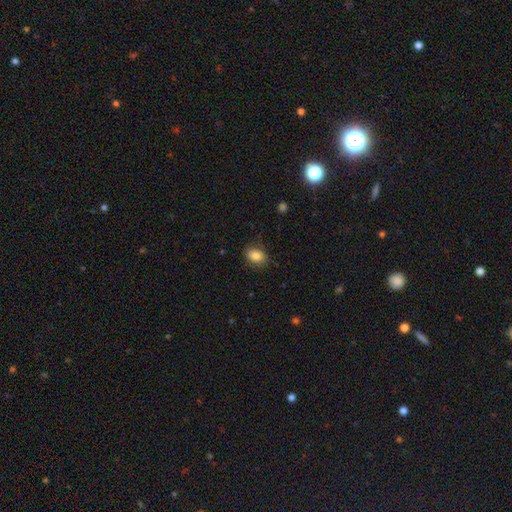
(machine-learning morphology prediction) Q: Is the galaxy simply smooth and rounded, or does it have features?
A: smooth — 84%.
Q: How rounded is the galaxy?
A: in between — 73%.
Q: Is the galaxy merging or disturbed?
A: none — 83%.